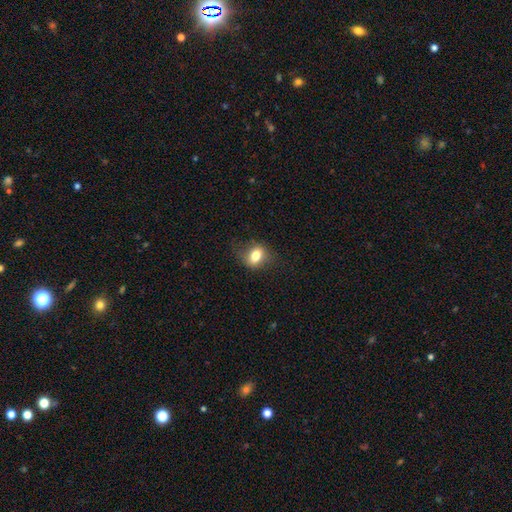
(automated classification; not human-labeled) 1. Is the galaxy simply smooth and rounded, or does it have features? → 75% smooth, 15% featured or disk, 10% star or artifact.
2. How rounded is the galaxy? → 65% in between, 32% round, 2% cigar-shaped.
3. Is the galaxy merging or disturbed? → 74% none, 18% minor disturbance, 7% major disturbance, 1% merger.